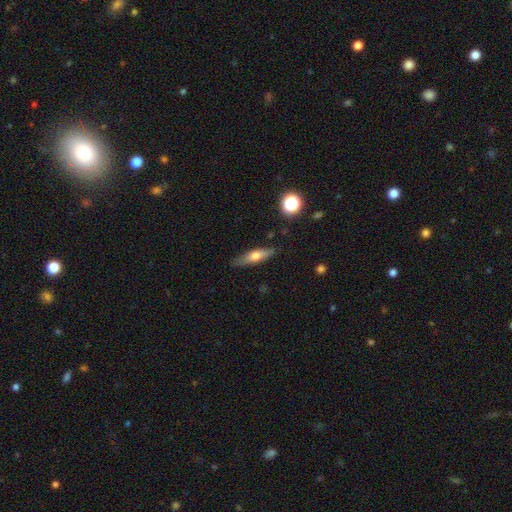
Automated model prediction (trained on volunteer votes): This appears to be a smooth galaxy with no disk features (53%) that is cigar-shaped (64%). Merging: none (80%).